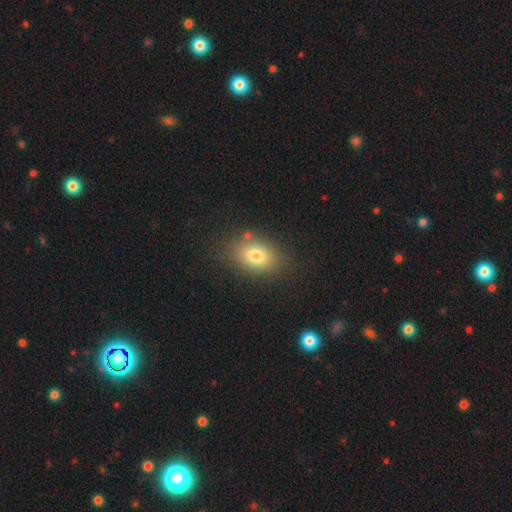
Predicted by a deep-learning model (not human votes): smooth_or_featured: smooth (p=0.78) [alt: featured or disk p=0.11]
how_rounded: in between (p=0.78) [alt: round p=0.20]
merging: none (p=0.80) [alt: minor disturbance p=0.12]